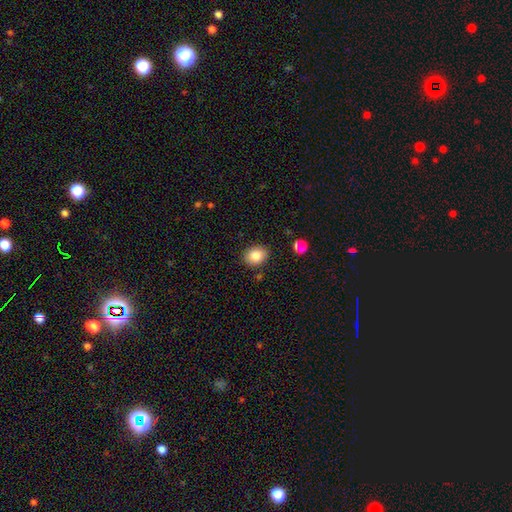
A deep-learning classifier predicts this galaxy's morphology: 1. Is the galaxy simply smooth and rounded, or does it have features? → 85% smooth, 9% star or artifact, 6% featured or disk.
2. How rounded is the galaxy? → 51% in between, 49% round, 1% cigar-shaped.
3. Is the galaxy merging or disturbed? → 85% none, 10% minor disturbance, 3% major disturbance, 2% merger.